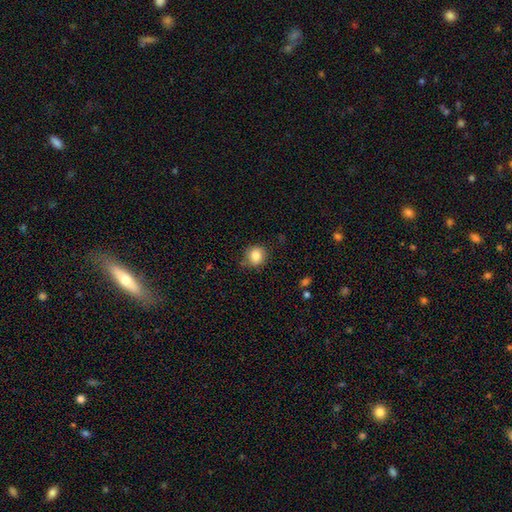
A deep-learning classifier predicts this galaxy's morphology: smooth 84%, star or artifact 10%, featured or disk 6%. Down the decision tree: how rounded — round (86%); merging — none (82%).